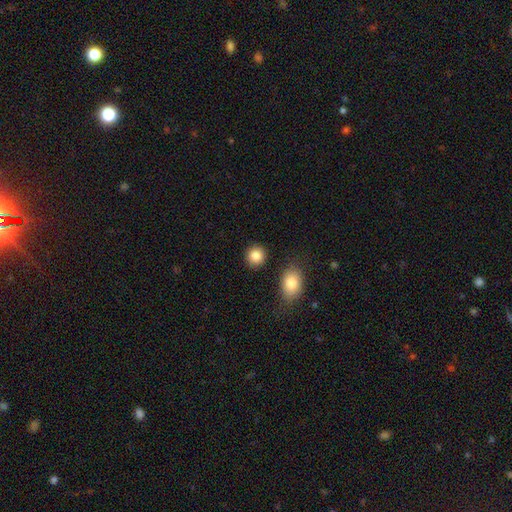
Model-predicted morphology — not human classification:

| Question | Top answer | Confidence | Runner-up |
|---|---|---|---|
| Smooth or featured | smooth | 86% | star or artifact (8%) |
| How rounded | round | 85% | in between (14%) |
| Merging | none | 87% | minor disturbance (7%) |